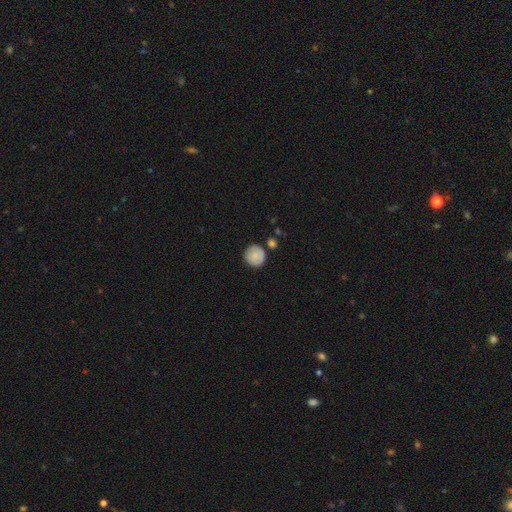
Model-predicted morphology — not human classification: A smooth galaxy with no disk features (82%) that is round (90%).

Vote fractions:
- Smooth or featured? smooth: 82% / featured or disk: 11% / star or artifact: 8%
- How rounded? round: 90% / in between: 9% / cigar-shaped: 1%
- Merging? none: 77% / minor disturbance: 13% / merger: 7% / major disturbance: 3%